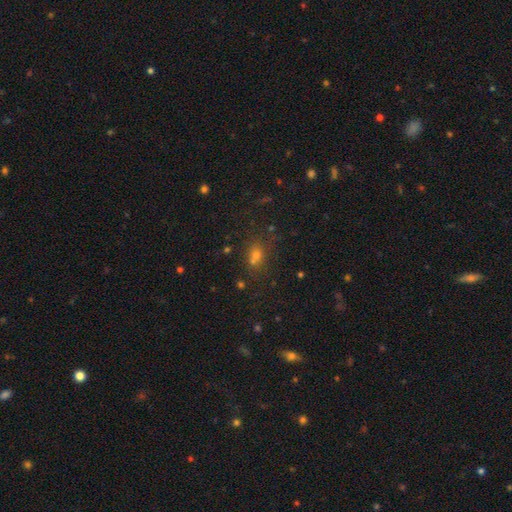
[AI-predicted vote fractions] smooth_or_featured: smooth (p=0.56) [alt: star or artifact p=0.32]
how_rounded: round (p=0.52) [alt: in between p=0.44]
merging: none (p=0.55) [alt: merger p=0.26]